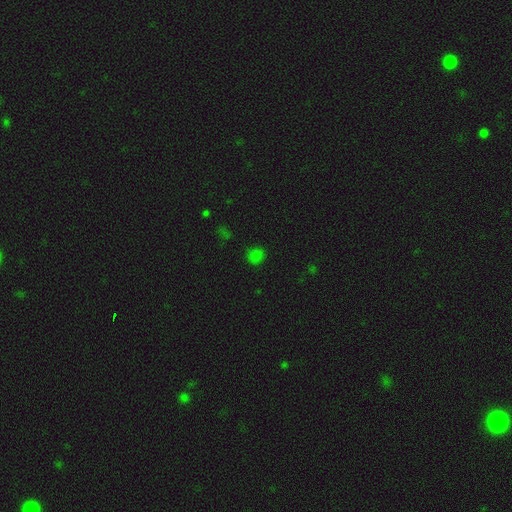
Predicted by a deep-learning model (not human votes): Morphology: type=smooth (73%); roundness=round (87%); merging=none (84%).